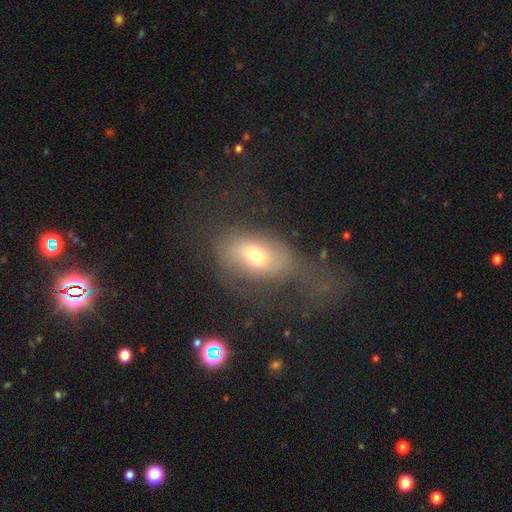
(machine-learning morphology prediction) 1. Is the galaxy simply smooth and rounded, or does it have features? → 56% smooth, 31% featured or disk, 12% star or artifact.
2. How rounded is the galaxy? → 83% in between, 13% round, 4% cigar-shaped.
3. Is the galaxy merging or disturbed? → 45% major disturbance, 29% none, 23% minor disturbance, 4% merger.